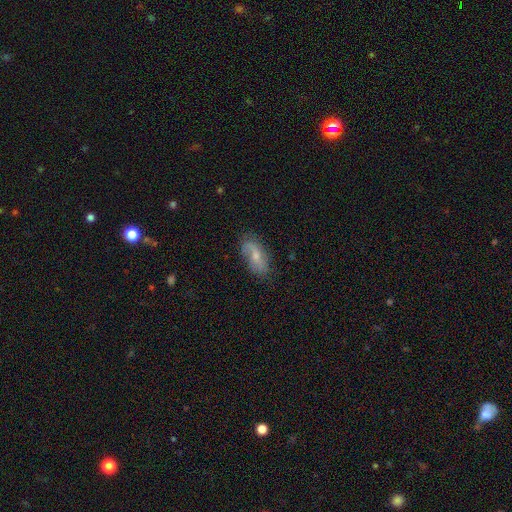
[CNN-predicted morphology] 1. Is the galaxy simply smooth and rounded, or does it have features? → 54% featured or disk, 38% smooth, 8% star or artifact.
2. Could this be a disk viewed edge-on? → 91% no, 9% yes.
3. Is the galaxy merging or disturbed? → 66% none, 23% minor disturbance, 8% major disturbance, 2% merger.